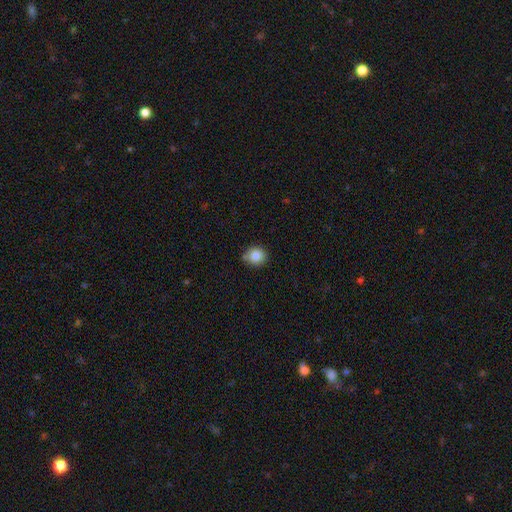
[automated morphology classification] smooth 85%, star or artifact 10%, featured or disk 6%. Down the decision tree: how rounded — round (87%); merging — none (78%).